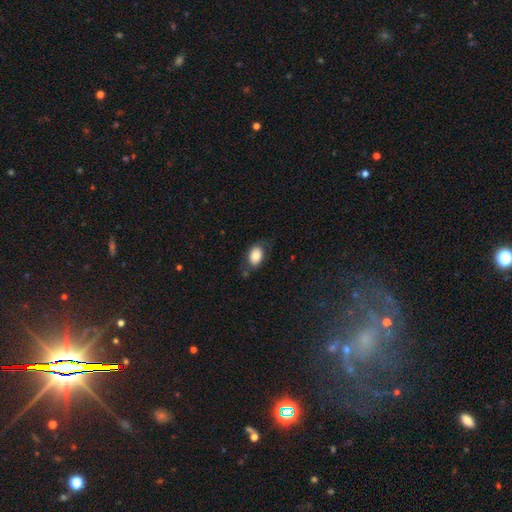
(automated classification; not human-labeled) Smooth or featured? smooth (83%)
How rounded? in between (86%)
Merging? none (67%)